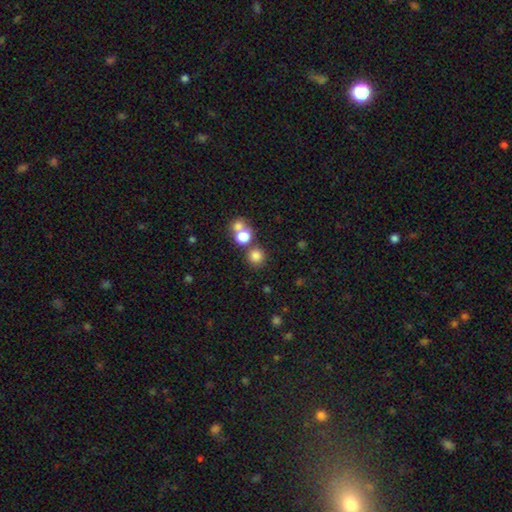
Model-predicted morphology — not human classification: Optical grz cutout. It shows a smooth galaxy with no disk features (79%) that is round (93%). Merging: none (72%).